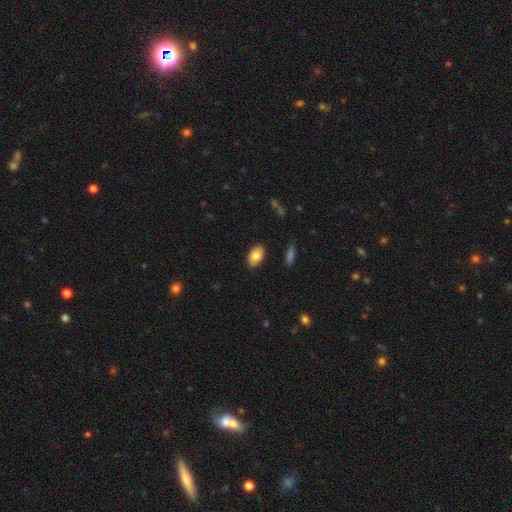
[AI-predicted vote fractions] A smooth galaxy with no disk features (82%) that is in between round and cigar-shaped (92%).

Vote fractions:
- Smooth or featured? smooth: 82% / featured or disk: 11% / star or artifact: 7%
- How rounded? in between: 92% / round: 6% / cigar-shaped: 2%
- Merging? none: 87% / minor disturbance: 10% / major disturbance: 2% / merger: 1%